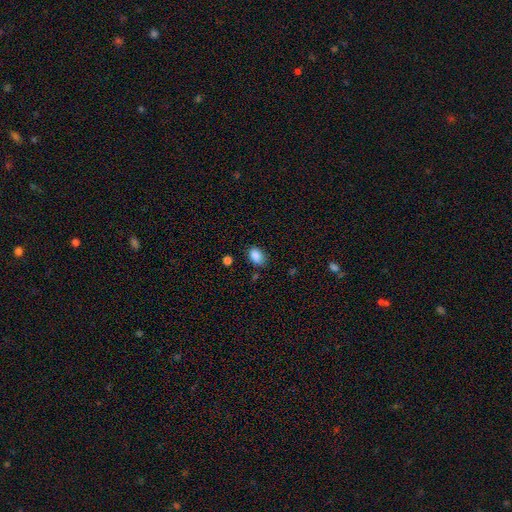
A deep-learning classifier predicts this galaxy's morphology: A smooth galaxy with no disk features (87%) that is in between round and cigar-shaped (82%).

Vote fractions:
- Smooth or featured? smooth: 87% / star or artifact: 9% / featured or disk: 5%
- How rounded? in between: 82% / round: 17% / cigar-shaped: 1%
- Merging? none: 73% / minor disturbance: 20% / major disturbance: 4% / merger: 3%